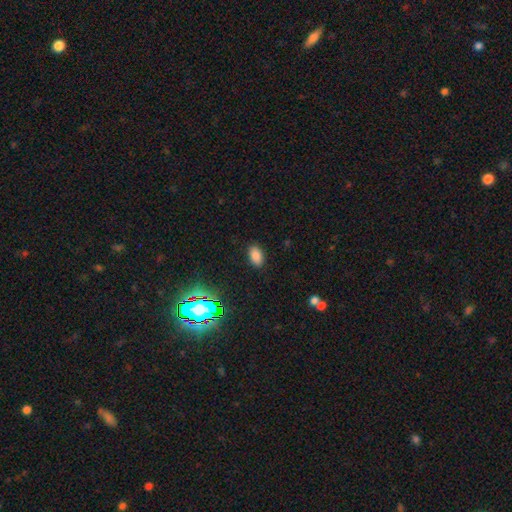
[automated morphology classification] This appears to be a smooth galaxy with no disk features (81%) that is in between round and cigar-shaped (91%). Merging: none (88%).